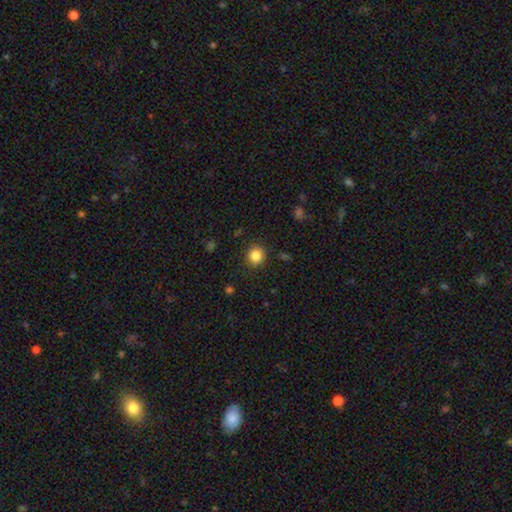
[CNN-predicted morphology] Q: Smooth or featured?
A: smooth (85%); runner-up: star or artifact (11%)
Q: How rounded?
A: round (90%); runner-up: in between (9%)
Q: Merging?
A: none (90%); runner-up: minor disturbance (7%)